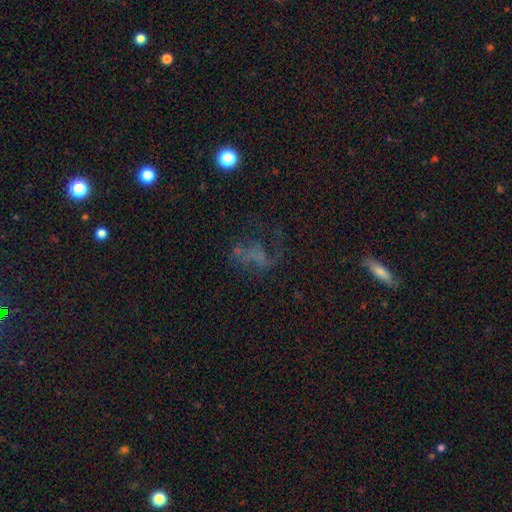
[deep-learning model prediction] featured or disk 48%, star or artifact 27%, smooth 25%. Down the decision tree: merging — none (41%).